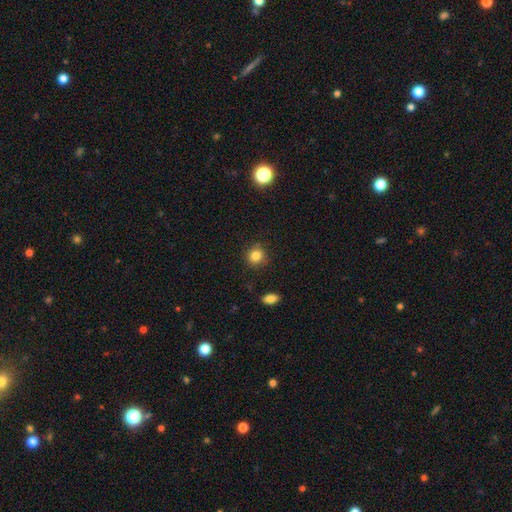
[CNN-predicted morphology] Smooth or featured: smooth — 84% (star or artifact — 11%)
How rounded: round — 86% (in between — 13%)
Merging: none — 87% (minor disturbance — 9%)